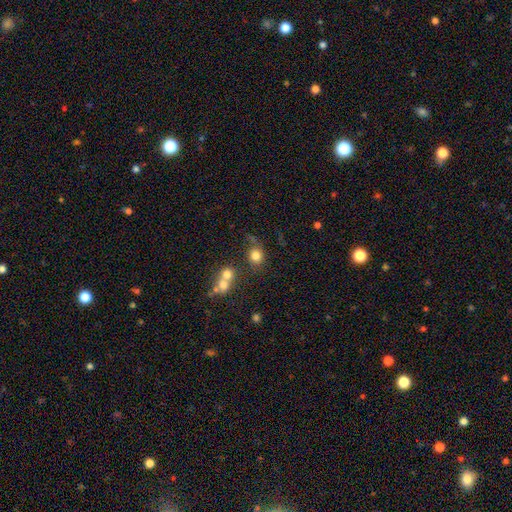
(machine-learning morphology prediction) This is likely a smooth galaxy (79%). How rounded: clearly round (81%). Merging: likely none (60%).